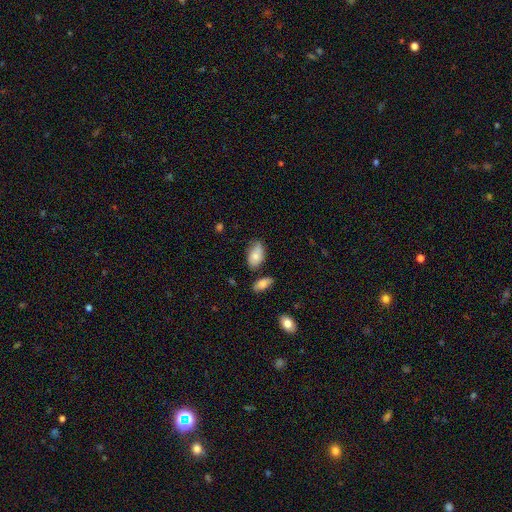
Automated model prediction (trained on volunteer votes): The model was most divided on "merging": none: 56%, minor disturbance: 30%, merger: 7%, major disturbance: 6%. More confident: how rounded — in between (92%); smooth or featured — smooth (78%).